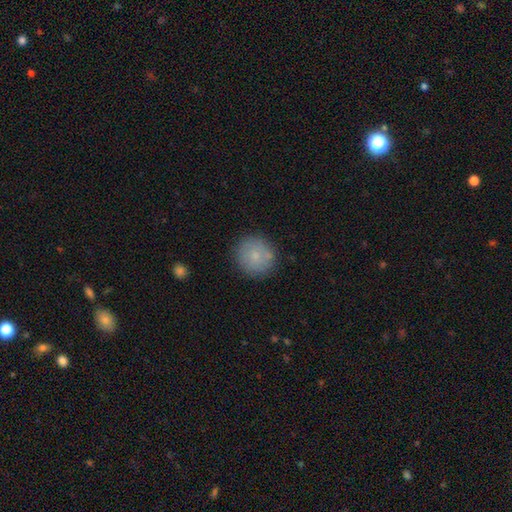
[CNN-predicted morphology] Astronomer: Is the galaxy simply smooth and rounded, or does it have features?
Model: smooth — 75%.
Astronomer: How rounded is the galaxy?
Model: round — 92%.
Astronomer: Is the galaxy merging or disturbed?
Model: none — 82%.